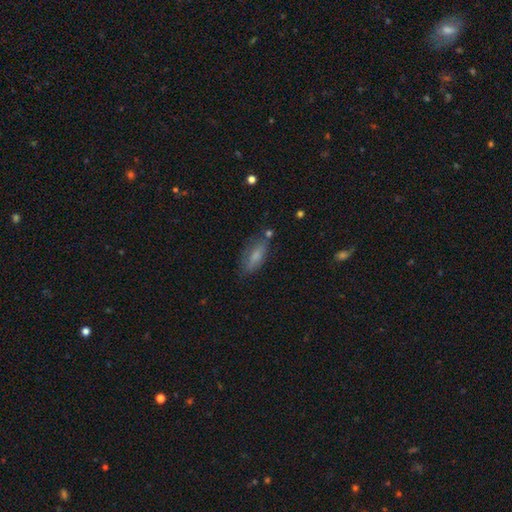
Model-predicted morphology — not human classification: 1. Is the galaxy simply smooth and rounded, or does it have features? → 70% smooth, 21% featured or disk, 9% star or artifact.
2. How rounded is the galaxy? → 66% in between, 31% cigar-shaped, 3% round.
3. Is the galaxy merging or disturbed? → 65% none, 23% minor disturbance, 7% major disturbance, 5% merger.